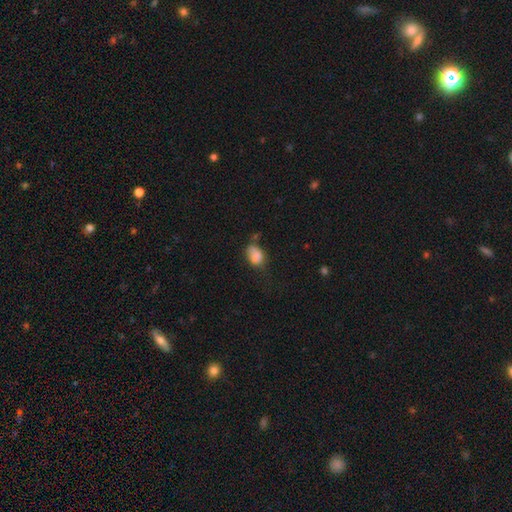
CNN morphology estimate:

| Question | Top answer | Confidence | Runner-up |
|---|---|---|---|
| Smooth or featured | smooth | 81% | star or artifact (10%) |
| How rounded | in between | 80% | round (19%) |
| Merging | none | 40% | minor disturbance (32%) |